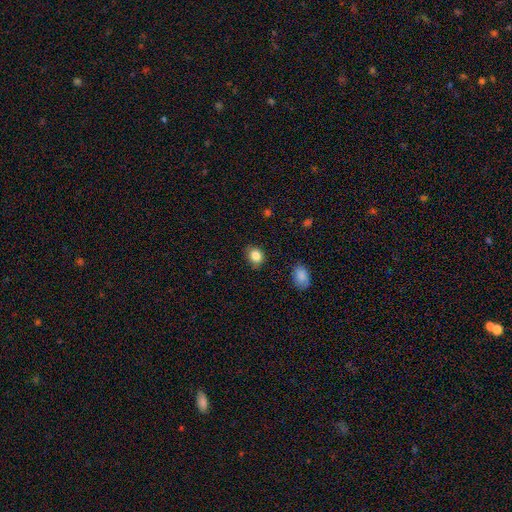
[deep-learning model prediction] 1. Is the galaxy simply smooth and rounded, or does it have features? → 85% smooth, 10% star or artifact, 6% featured or disk.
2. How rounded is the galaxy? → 53% round, 46% in between, 1% cigar-shaped.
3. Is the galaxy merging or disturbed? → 81% none, 14% minor disturbance, 3% major disturbance, 1% merger.